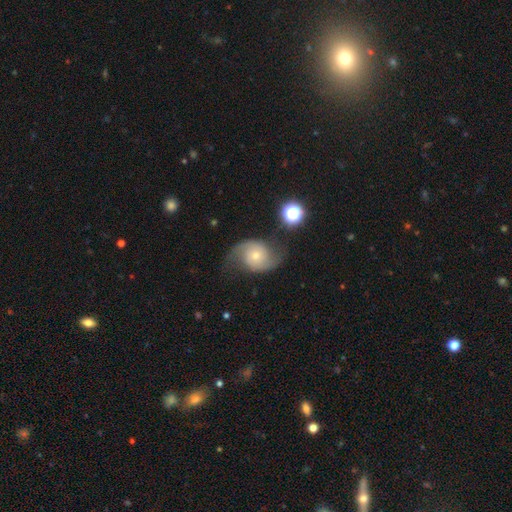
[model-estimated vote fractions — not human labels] Smooth or featured?
  - featured or disk: 77% *
  - smooth: 14%
  - star or artifact: 8%
Edge-on disk?
  - no: 98% *
  - yes: 2%
Bar?
  - no: 76% *
  - weak: 20%
  - strong: 4%
Spiral arms?
  - yes: 95% *
  - no: 5%
Spiral winding?
  - loose: 48% *
  - medium: 40%
  - tight: 11%
Spiral arm count?
  - 2: 92% *
  - can't tell: 3%
  - 1: 2%
  - 3: 1%
  - 4: 1%
  - more than 4: 1%
Bulge size?
  - small: 59% *
  - moderate: 35%
  - large: 3%
  - none: 2%
  - dominant: 2%
Merging?
  - none: 66% *
  - minor disturbance: 19%
  - major disturbance: 12%
  - merger: 3%